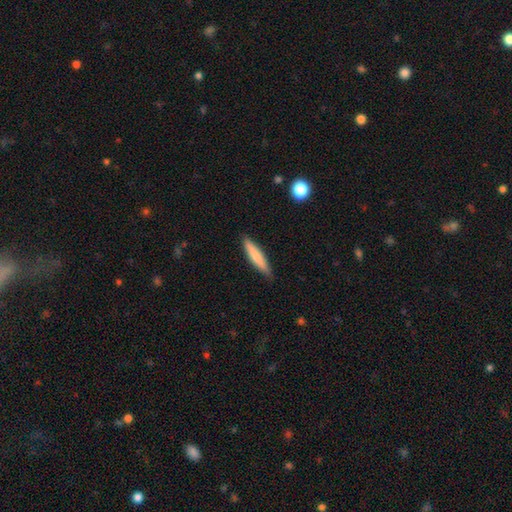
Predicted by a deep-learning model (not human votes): smooth_or_featured: smooth (p=0.75) [alt: featured or disk p=0.20]
how_rounded: cigar-shaped (p=0.88) [alt: in between p=0.11]
merging: none (p=0.87) [alt: minor disturbance p=0.10]